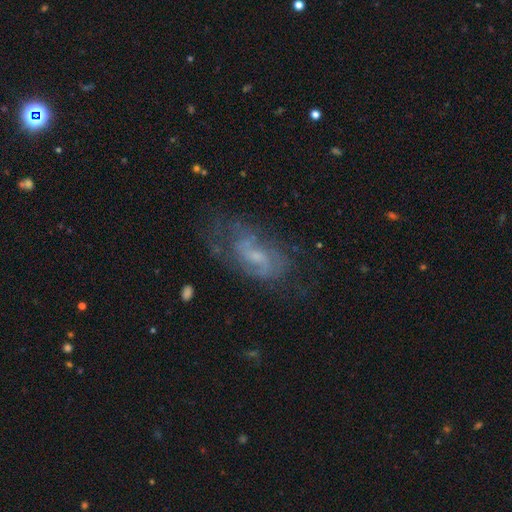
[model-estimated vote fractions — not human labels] Overall: featured or disk (70%). Edge-on disk: no (95%). Bar: weak (47%; no 45%). Spiral arms: yes (78%). Spiral arm count: 2 (55%; can't tell 29%). Spiral winding: medium (45%; loose 28%). Bulge size: small (52%; moderate 29%). Merging: none (56%; minor disturbance 23%).